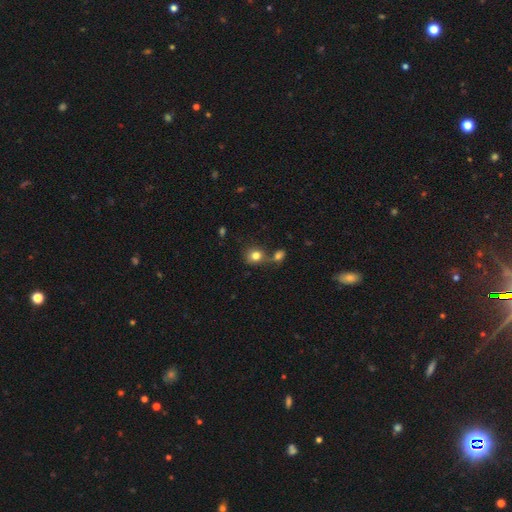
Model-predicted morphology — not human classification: Q: Smooth or featured?
A: smooth (80%); runner-up: star or artifact (11%)
Q: How rounded?
A: round (75%); runner-up: in between (24%)
Q: Merging?
A: none (52%); runner-up: merger (30%)